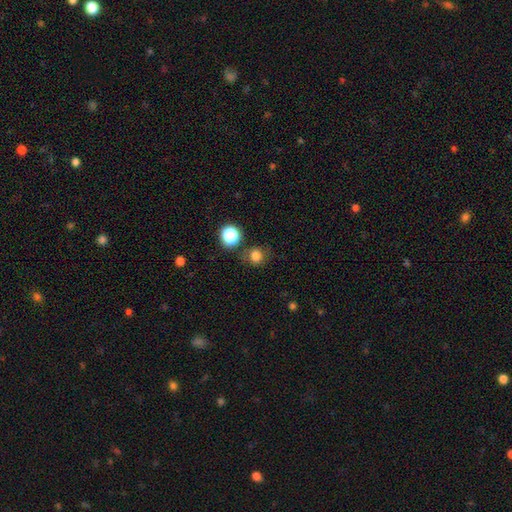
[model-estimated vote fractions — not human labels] A smooth galaxy with no disk features (80%) that is round (87%). Merging: none (76%).